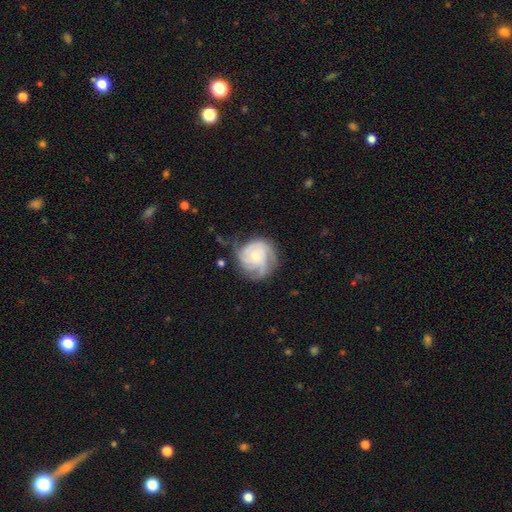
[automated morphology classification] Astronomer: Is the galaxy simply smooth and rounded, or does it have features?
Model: featured or disk — 80%.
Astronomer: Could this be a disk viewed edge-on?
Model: no — 98%.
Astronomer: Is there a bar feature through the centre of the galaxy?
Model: no — 78%.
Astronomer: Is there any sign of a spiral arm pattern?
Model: yes — 95%.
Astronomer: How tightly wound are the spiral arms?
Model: tight — 61%.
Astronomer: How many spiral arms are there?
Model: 3 — 35% (runner-up: can't tell, 22%).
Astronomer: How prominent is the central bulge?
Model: small — 56% (runner-up: moderate, 37%).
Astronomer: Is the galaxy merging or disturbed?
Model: none — 62%.